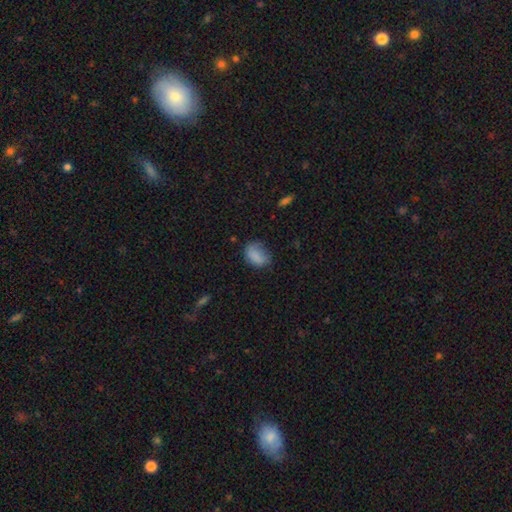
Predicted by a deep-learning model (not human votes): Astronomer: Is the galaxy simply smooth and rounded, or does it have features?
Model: smooth — 82%.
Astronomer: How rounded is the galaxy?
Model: in between — 75%.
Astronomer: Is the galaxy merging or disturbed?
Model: none — 55% (runner-up: minor disturbance, 31%).